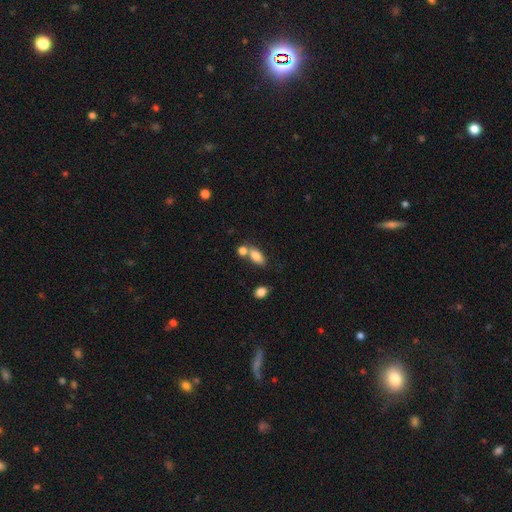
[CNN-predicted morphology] Smooth or featured?
  - smooth: 80% *
  - featured or disk: 11%
  - star or artifact: 9%
How rounded?
  - in between: 85% *
  - round: 9%
  - cigar-shaped: 7%
Merging?
  - none: 49% *
  - merger: 35%
  - minor disturbance: 12%
  - major disturbance: 4%